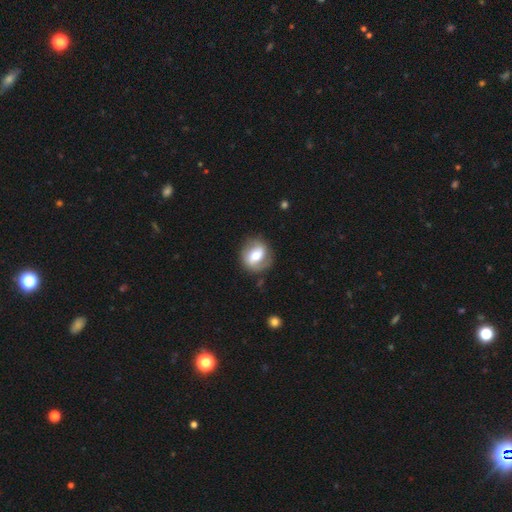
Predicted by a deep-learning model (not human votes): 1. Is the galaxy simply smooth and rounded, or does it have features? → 57% featured or disk, 37% smooth, 7% star or artifact.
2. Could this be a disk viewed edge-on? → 96% no, 4% yes.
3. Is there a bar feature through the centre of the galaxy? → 38% weak, 33% strong, 28% no.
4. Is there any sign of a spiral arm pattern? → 71% yes, 29% no.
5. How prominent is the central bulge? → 68% moderate, 16% small, 13% large, 2% dominant, 1% none.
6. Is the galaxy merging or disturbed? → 77% none, 15% minor disturbance, 6% major disturbance, 2% merger.